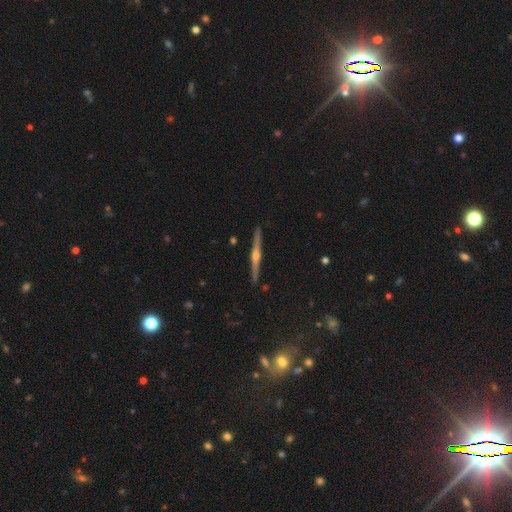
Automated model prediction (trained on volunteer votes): Overall: featured or disk (80%). Edge-on disk: yes (98%). Edge-on bulge: rounded (92%). Merging: none (92%).